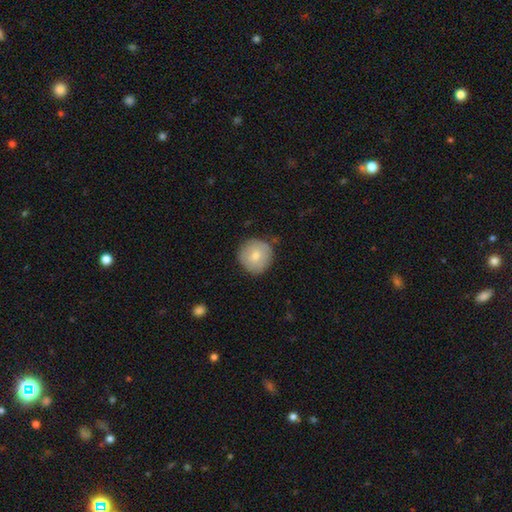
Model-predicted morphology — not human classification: type=smooth (74%); roundness=round (94%); merging=none (82%).